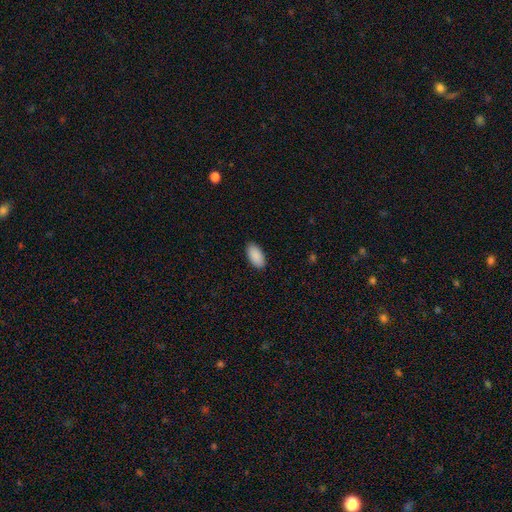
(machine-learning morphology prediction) A smooth galaxy with no disk features (91%) that is in between round and cigar-shaped (95%). Merging: none (89%).